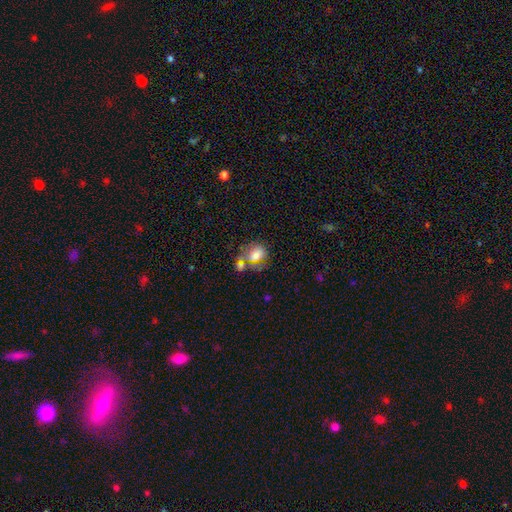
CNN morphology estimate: A smooth galaxy with no disk features (69%) that is round (50%). Merging: merger (35%).